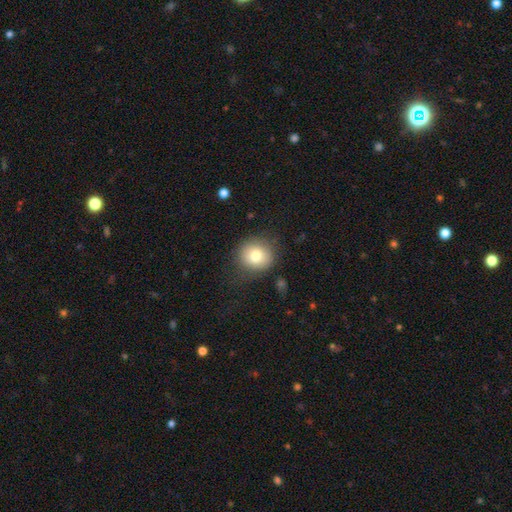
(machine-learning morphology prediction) The model was most divided on "merging": none: 78%, minor disturbance: 14%, major disturbance: 6%, merger: 2%. More confident: how rounded — round (87%); smooth or featured — smooth (77%).